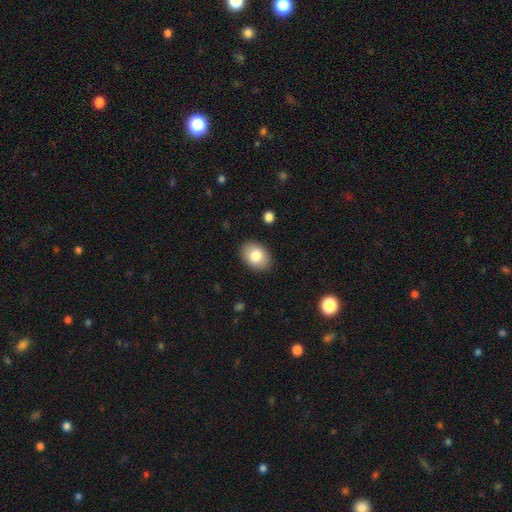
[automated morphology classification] Smooth or featured? Predicted: smooth (p=0.81). How rounded? Predicted: in between (p=0.77). Merging? Predicted: none (p=0.89).